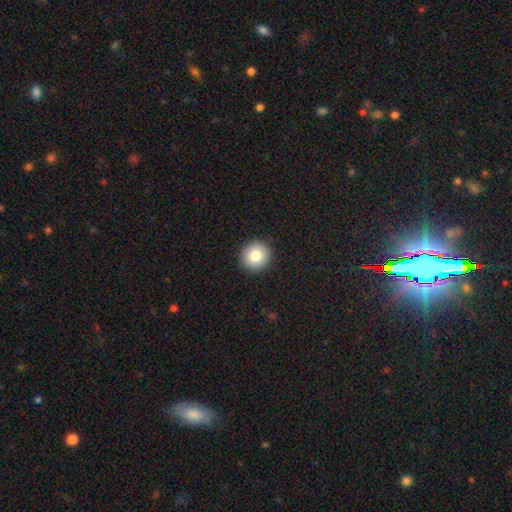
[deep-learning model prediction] This is clearly a smooth galaxy (84%). How rounded: clearly round (93%). Merging: clearly none (92%).